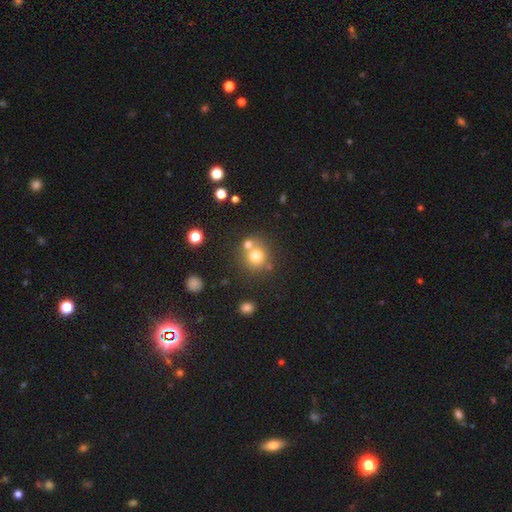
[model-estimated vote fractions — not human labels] This appears to be a smooth galaxy with no disk features (73%) that is round (89%). Merging: none (60%).